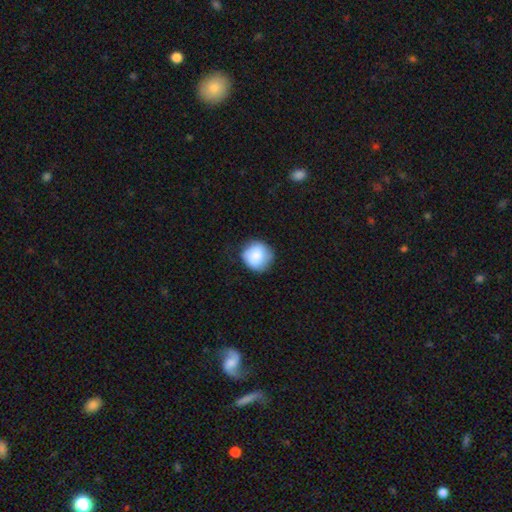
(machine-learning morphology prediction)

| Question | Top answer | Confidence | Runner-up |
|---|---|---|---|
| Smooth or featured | smooth | 85% | featured or disk (8%) |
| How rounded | round | 91% | in between (8%) |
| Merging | none | 74% | minor disturbance (20%) |